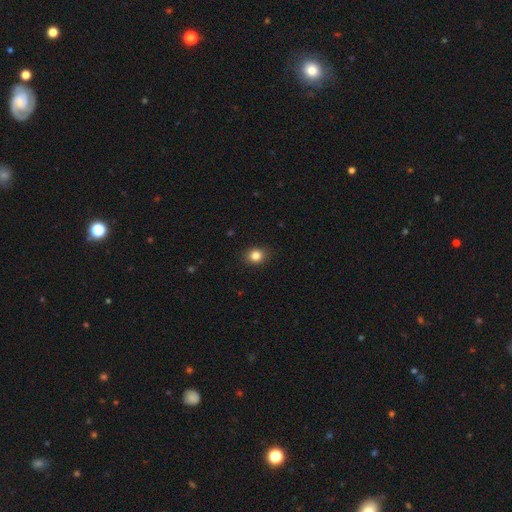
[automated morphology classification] Smooth or featured?
  - smooth: 84% *
  - star or artifact: 11%
  - featured or disk: 5%
How rounded?
  - round: 64% *
  - in between: 35%
  - cigar-shaped: 1%
Merging?
  - none: 90% *
  - minor disturbance: 7%
  - major disturbance: 2%
  - merger: 1%